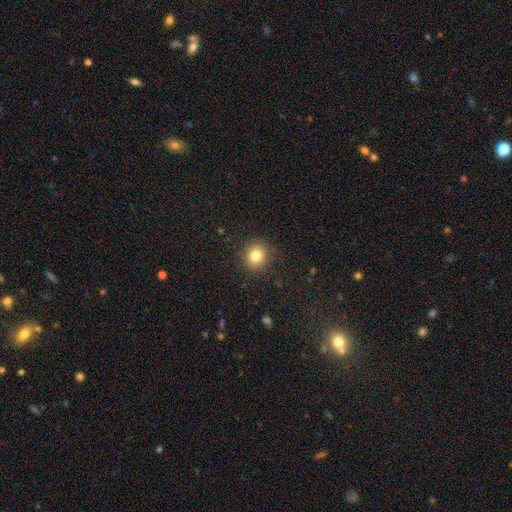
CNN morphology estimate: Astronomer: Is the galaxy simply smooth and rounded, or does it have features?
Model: smooth — 81%.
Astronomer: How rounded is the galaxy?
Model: round — 87%.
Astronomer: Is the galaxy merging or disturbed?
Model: none — 90%.